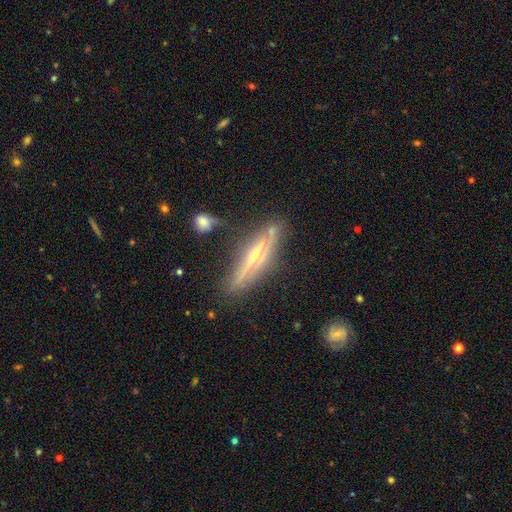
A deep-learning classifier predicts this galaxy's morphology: smooth_or_featured: featured or disk (p=0.76) [alt: smooth p=0.17]
disk_edge_on: yes (p=0.92) [alt: no p=0.08]
edge_on_bulge: rounded (p=0.77) [alt: none p=0.16]
merging: none (p=0.77) [alt: minor disturbance p=0.15]